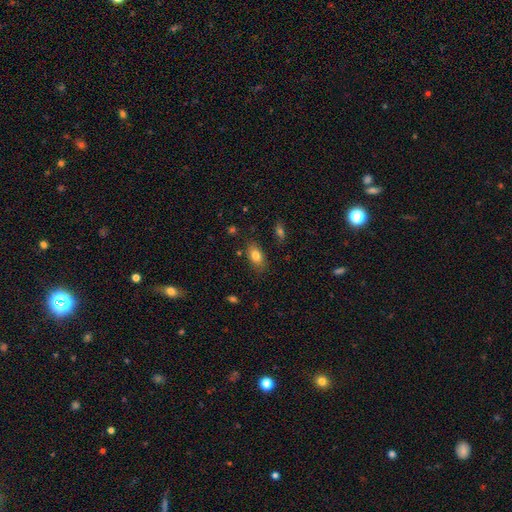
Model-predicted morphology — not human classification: Smooth or featured? Predicted: smooth (p=0.80). How rounded? Predicted: in between (p=0.89). Merging? Predicted: none (p=0.80).